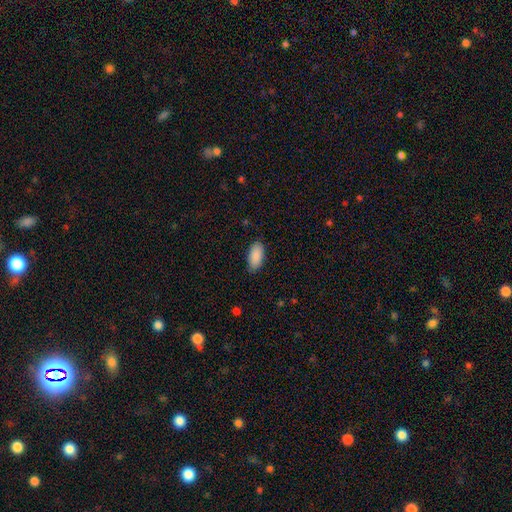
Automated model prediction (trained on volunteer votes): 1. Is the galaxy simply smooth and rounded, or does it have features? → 90% smooth, 6% star or artifact, 3% featured or disk.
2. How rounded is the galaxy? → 93% in between, 5% cigar-shaped, 2% round.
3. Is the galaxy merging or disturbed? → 84% none, 13% minor disturbance, 2% major disturbance, 1% merger.